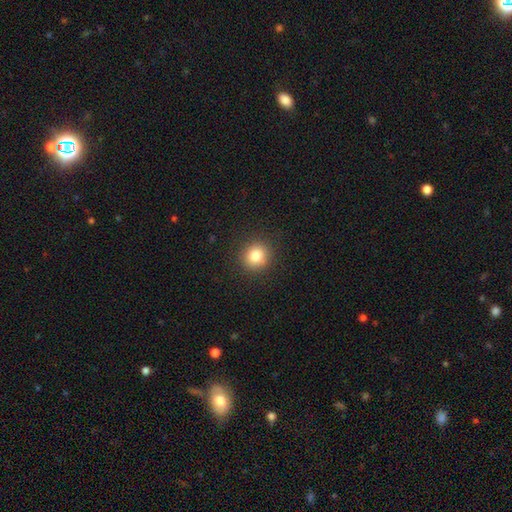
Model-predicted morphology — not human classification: Smooth or featured? Predicted: smooth (p=0.82). How rounded? Predicted: round (p=0.89). Merging? Predicted: none (p=0.90).